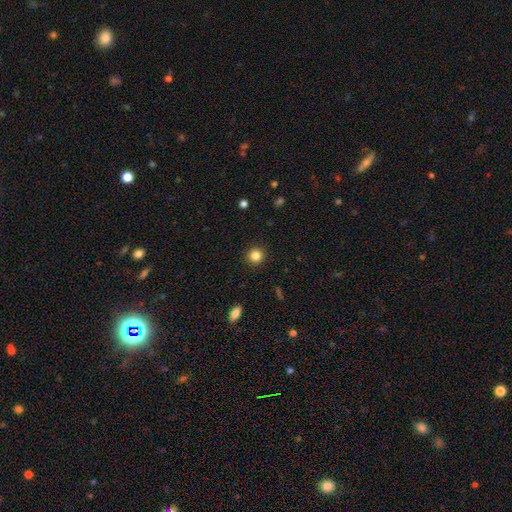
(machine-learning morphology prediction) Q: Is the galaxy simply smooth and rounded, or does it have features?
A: smooth — 84%.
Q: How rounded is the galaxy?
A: round — 94%.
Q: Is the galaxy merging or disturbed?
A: none — 92%.